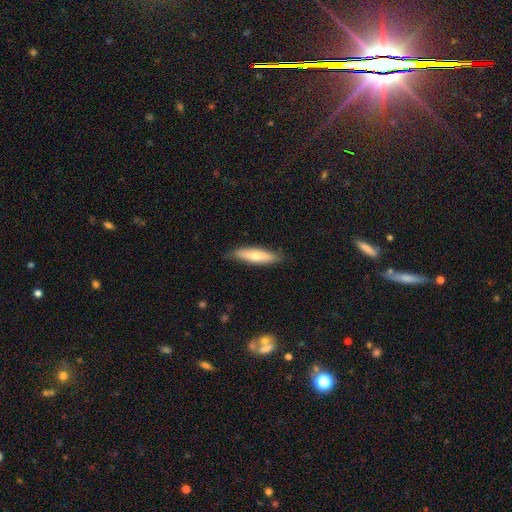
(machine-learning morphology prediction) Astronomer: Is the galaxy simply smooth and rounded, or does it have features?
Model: smooth — 66%.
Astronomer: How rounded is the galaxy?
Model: cigar-shaped — 67%.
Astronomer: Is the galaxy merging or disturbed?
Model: none — 81%.